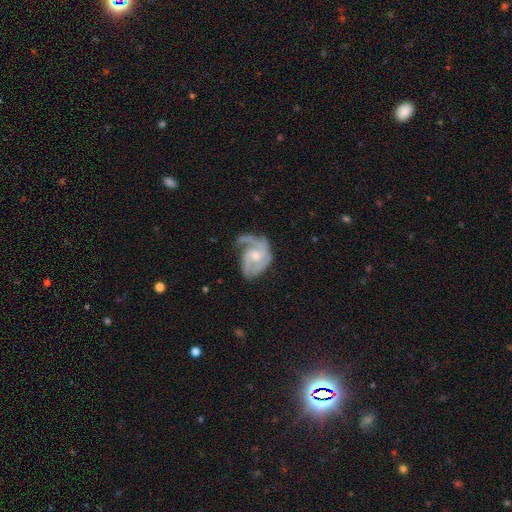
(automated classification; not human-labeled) featured or disk 86%, smooth 9%, star or artifact 5%. Down the decision tree: edge-on disk — no (98%); bar — no (65%); spiral arms — yes (95%); spiral arm count — 2 (37%); spiral winding — medium (46%); bulge size — moderate (52%); merging — none (46%).